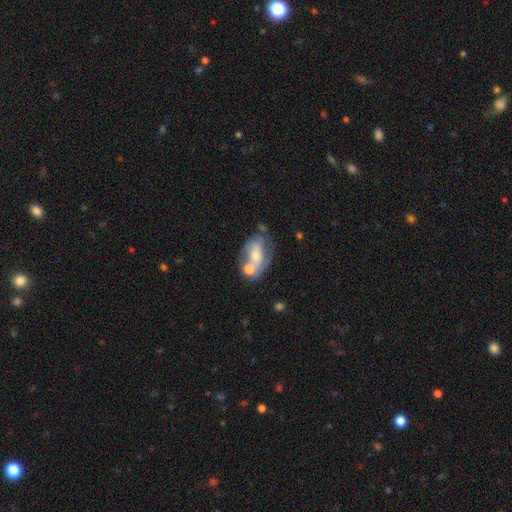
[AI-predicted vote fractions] Smooth or featured?
  - featured or disk: 46% * (tied)
  - smooth: 46% * (tied)
  - star or artifact: 8%
Merging?
  - none: 33% *
  - merger: 31%
  - minor disturbance: 21%
  - major disturbance: 15%